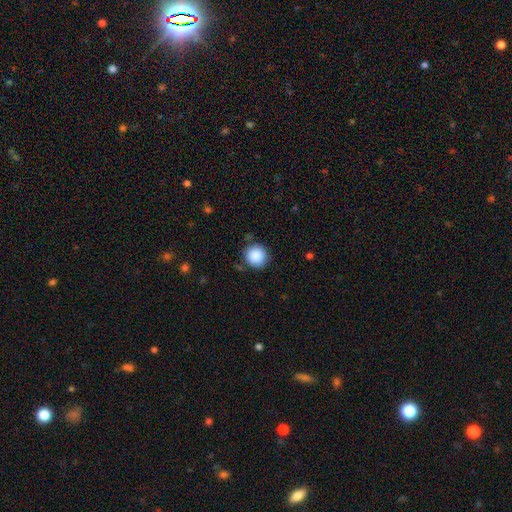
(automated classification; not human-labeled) smooth 89%, star or artifact 8%, featured or disk 3%. Down the decision tree: how rounded — round (94%); merging — none (86%).